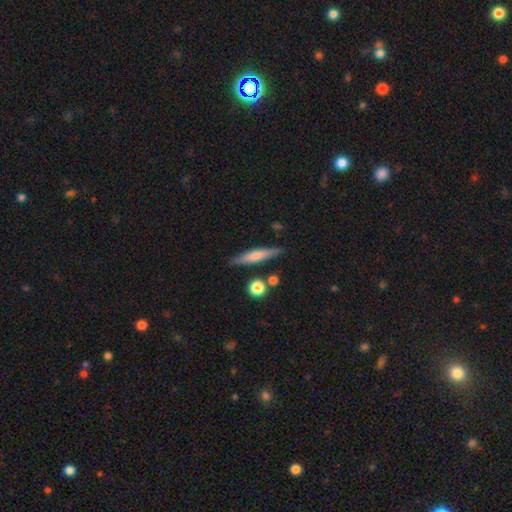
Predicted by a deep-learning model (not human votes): Overall: smooth (54%; featured or disk 40%). How rounded: cigar-shaped (88%). Merging: none (83%).